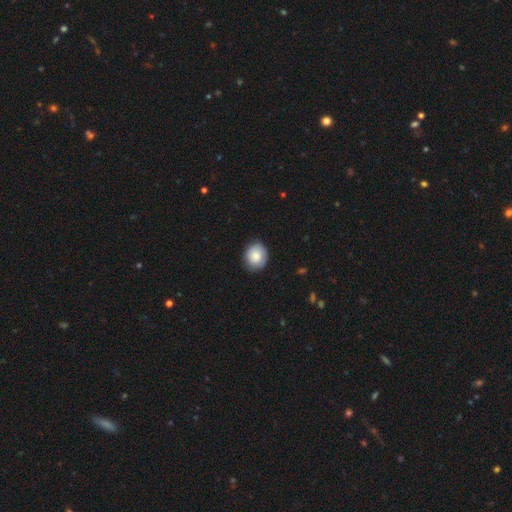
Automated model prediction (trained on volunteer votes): The model was most divided on "how rounded": round: 73%, in between: 27%, cigar-shaped: 1%. More confident: merging — none (83%); smooth or featured — smooth (82%).